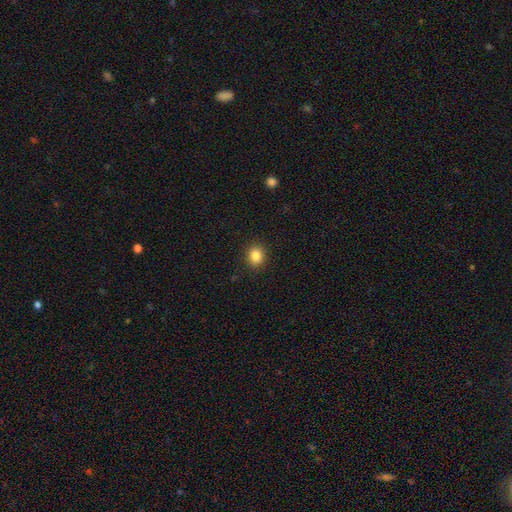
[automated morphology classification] Smooth or featured: smooth — 84% (star or artifact — 11%)
How rounded: round — 71% (in between — 29%)
Merging: none — 90% (minor disturbance — 7%)